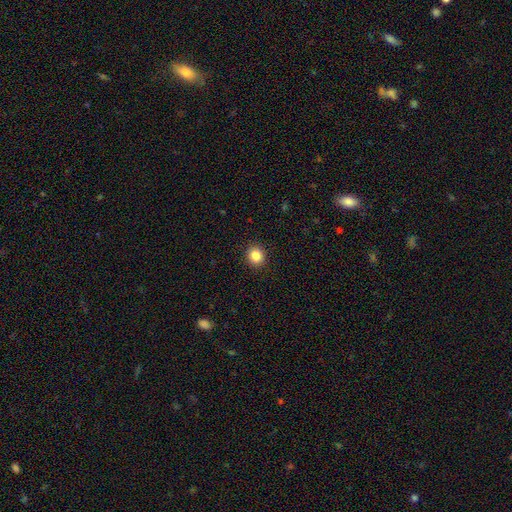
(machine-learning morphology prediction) type=smooth (85%); roundness=round (82%); merging=none (92%).